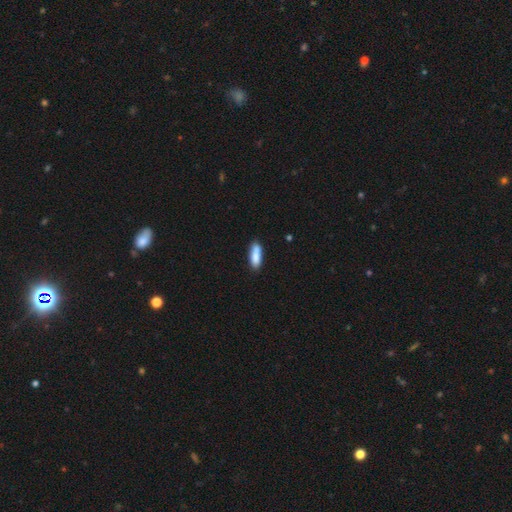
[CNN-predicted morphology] A smooth galaxy with no disk features (82%) that is in between round and cigar-shaped (55%).

Vote fractions:
- Smooth or featured? smooth: 82% / featured or disk: 11% / star or artifact: 7%
- How rounded? in between: 55% / cigar-shaped: 43% / round: 2%
- Merging? none: 64% / minor disturbance: 19% / merger: 13% / major disturbance: 4%